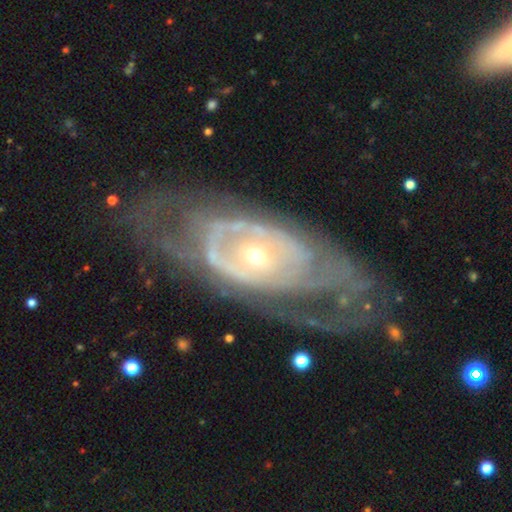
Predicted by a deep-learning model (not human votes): Morphology: type=featured or disk (81%); edge-on=no (90%); bar=no (76%); spiral arms=yes (62%); bulge=small (59%); merging=none (58%).